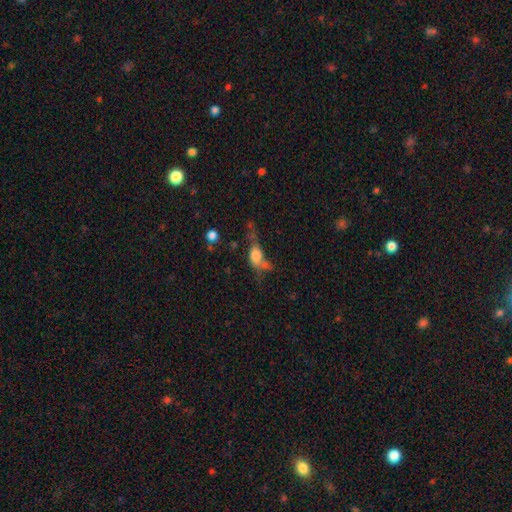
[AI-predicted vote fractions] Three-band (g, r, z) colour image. It shows a smooth galaxy with no disk features (66%) that is in between round and cigar-shaped (74%). Merging: none (29%).